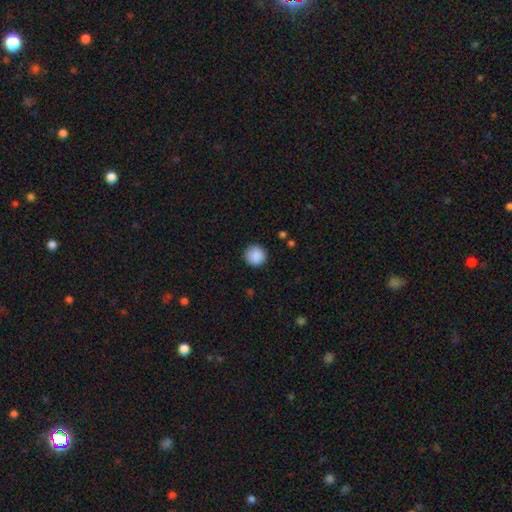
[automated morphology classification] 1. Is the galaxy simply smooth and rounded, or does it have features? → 89% smooth, 8% star or artifact, 3% featured or disk.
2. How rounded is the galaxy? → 95% round, 4% in between, 1% cigar-shaped.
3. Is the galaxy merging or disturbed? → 92% none, 5% minor disturbance, 2% major disturbance, 1% merger.